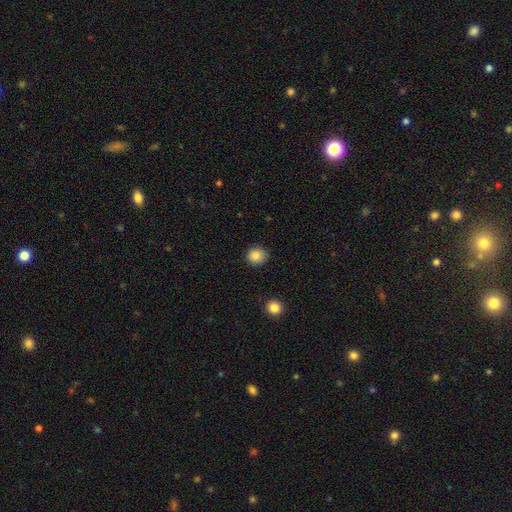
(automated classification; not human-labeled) smooth_or_featured: smooth (p=0.86) [alt: star or artifact p=0.10]
how_rounded: round (p=0.89) [alt: in between p=0.10]
merging: none (p=0.88) [alt: minor disturbance p=0.09]